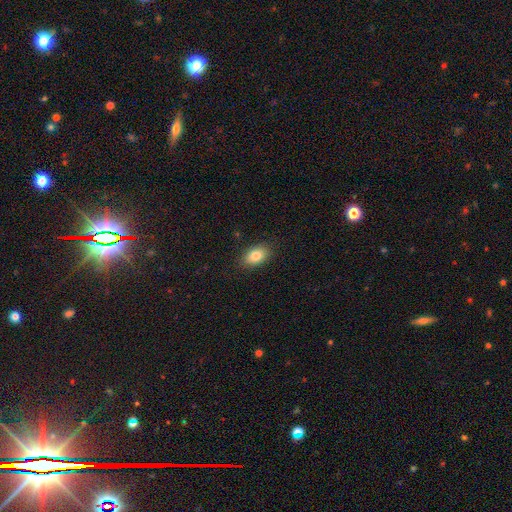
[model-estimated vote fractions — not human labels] smooth-or-featured: smooth: 82% | featured or disk: 10% | star or artifact: 8%
  how-rounded: in between: 88% | round: 10% | cigar-shaped: 2%
  merging: none: 87% | minor disturbance: 10% | major disturbance: 2% | merger: 1%